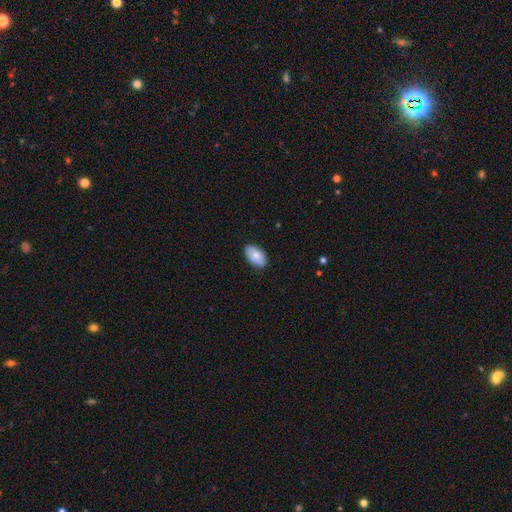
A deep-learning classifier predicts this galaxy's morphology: Smooth or featured? Predicted: smooth (p=0.76). How rounded? Predicted: in between (p=0.94). Merging? Predicted: none (p=0.83).